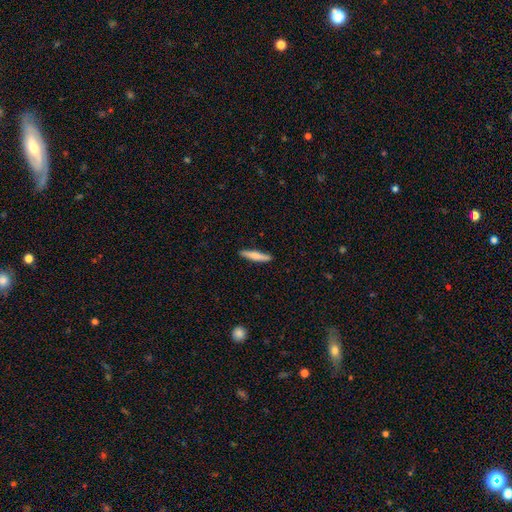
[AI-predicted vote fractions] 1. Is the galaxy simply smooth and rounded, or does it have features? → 70% smooth, 24% featured or disk, 6% star or artifact.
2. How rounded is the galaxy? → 91% cigar-shaped, 8% in between, 1% round.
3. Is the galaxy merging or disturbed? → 89% none, 8% minor disturbance, 2% major disturbance, 1% merger.